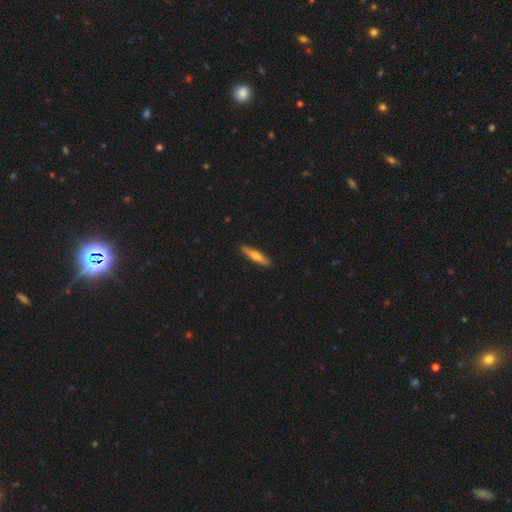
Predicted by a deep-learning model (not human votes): Overall: smooth (56%; featured or disk 39%). How rounded: cigar-shaped (85%). Merging: none (91%).